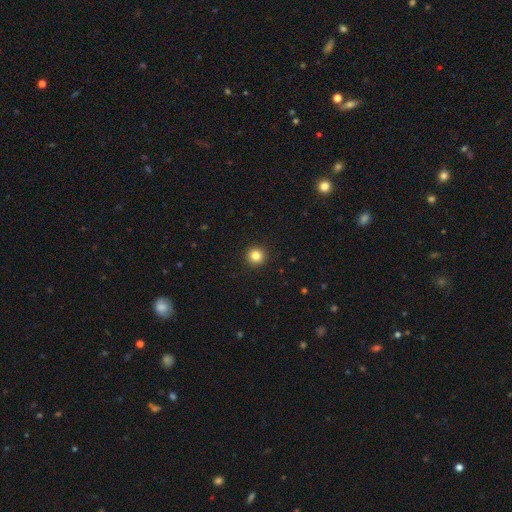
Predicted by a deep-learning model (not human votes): A smooth galaxy with no disk features (84%) that is round (95%). Merging: none (93%).